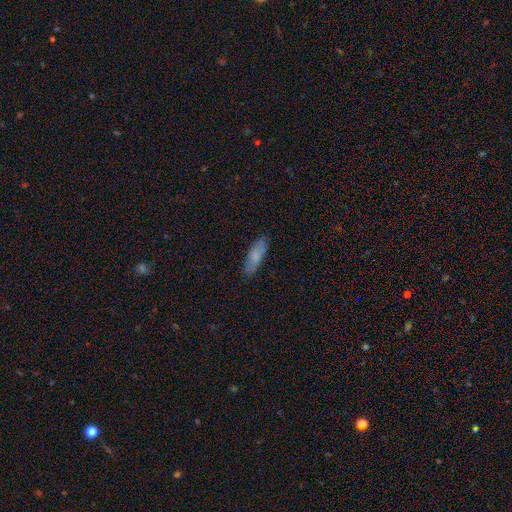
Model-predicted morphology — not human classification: This is likely a smooth galaxy (74%). How rounded: possibly in between (49%, tied with cigar-shaped). Merging: clearly none (83%).